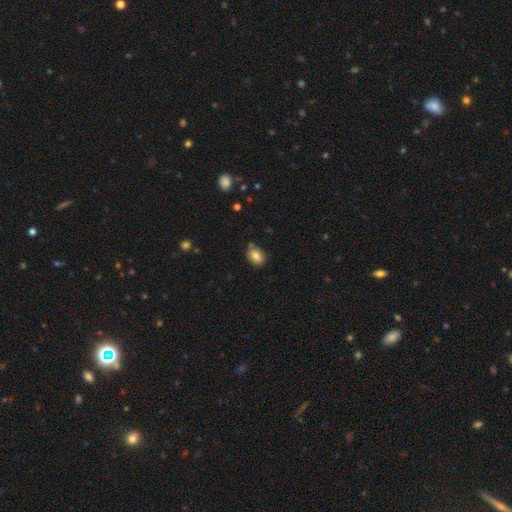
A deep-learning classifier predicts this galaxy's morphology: Smooth or featured? smooth (84%)
How rounded? in between (66%)
Merging? none (73%)